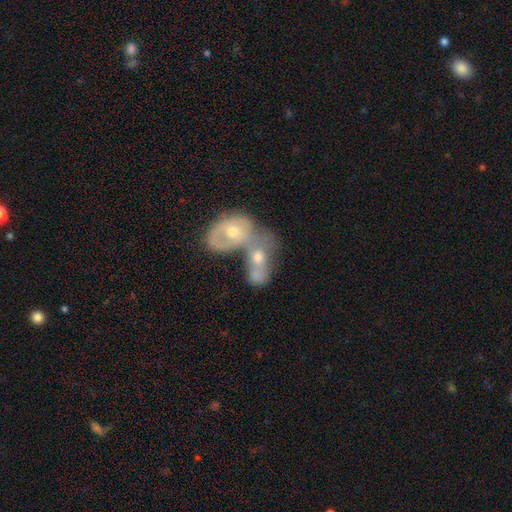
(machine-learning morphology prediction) Smooth or featured? Predicted: featured or disk (p=0.60). Edge-on disk? Predicted: no (p=0.93). Bar? Predicted: no (p=0.78). Spiral arms? Predicted: yes (p=0.53). Bulge size? Predicted: moderate (p=0.57). Merging? Predicted: merger (p=0.68).